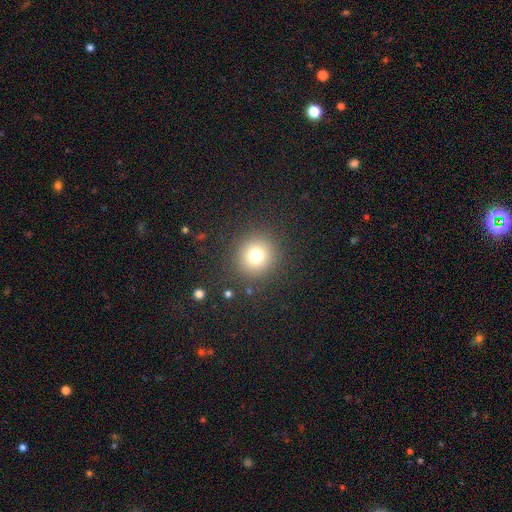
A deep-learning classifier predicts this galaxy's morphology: smooth-or-featured: smooth: 75% | star or artifact: 15% | featured or disk: 10%
  how-rounded: round: 92% | in between: 7% | cigar-shaped: 1%
  merging: none: 88% | minor disturbance: 7% | major disturbance: 4% | merger: 1%